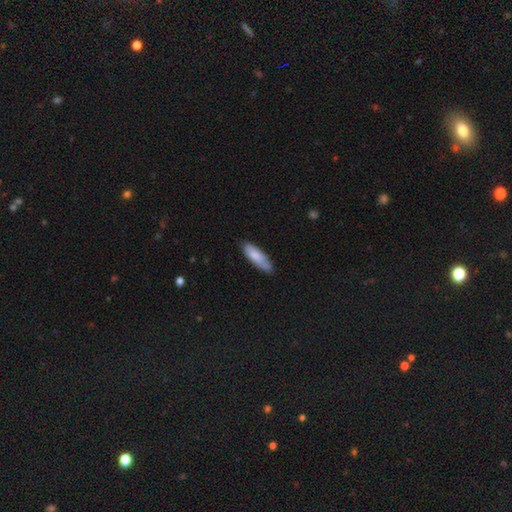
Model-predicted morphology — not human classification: Smooth or featured? Predicted: smooth (p=0.80). How rounded? Predicted: in between (p=0.53). Merging? Predicted: none (p=0.71).